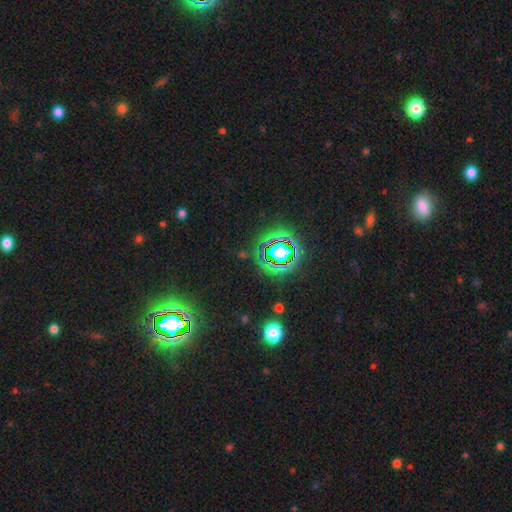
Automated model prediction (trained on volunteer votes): This is clearly a star or artifact rather than a galaxy (80%).